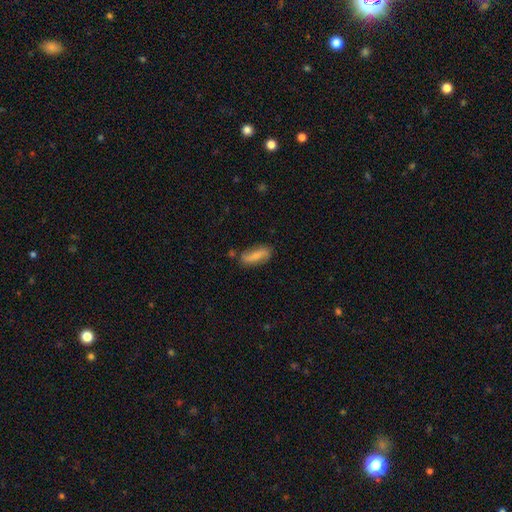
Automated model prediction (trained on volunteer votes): Smooth or featured: smooth — 58% (featured or disk — 34%)
How rounded: in between — 62% (cigar-shaped — 34%)
Merging: none — 68% (minor disturbance — 21%)